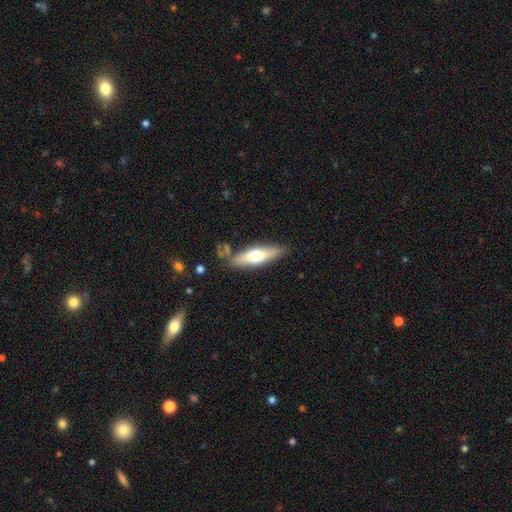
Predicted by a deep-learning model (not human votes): This is possibly a smooth galaxy (58%). How rounded: possibly cigar-shaped (59%). Merging: likely none (79%).